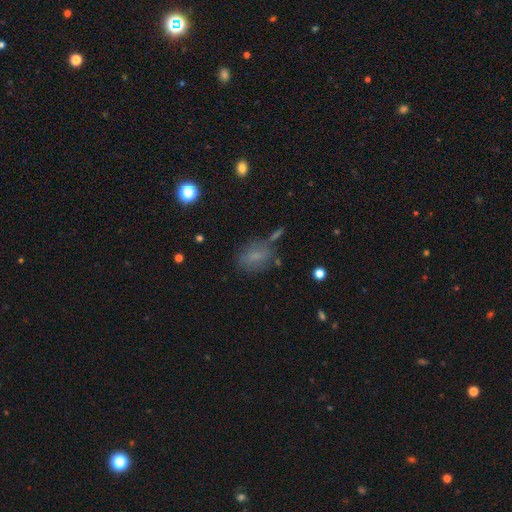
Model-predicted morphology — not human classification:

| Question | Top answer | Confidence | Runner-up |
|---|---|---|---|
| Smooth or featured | smooth | 66% | featured or disk (19%) |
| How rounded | in between | 72% | round (24%) |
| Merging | none | 61% | minor disturbance (21%) |